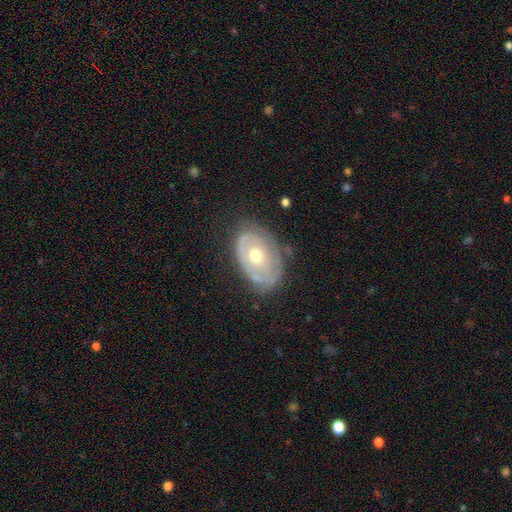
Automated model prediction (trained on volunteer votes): A featured or disk galaxy (65%) with no bar (86%), no spiral arms (56%) and a moderate central bulge (72%).

Vote fractions:
- Smooth or featured? featured or disk: 65% / smooth: 28% / star or artifact: 6%
- Edge-on disk? no: 93% / yes: 7%
- Bar? no: 86% / weak: 11% / strong: 3%
- Spiral arms? no: 56% / yes: 44%
- Bulge size? moderate: 72% / small: 22% / large: 5% / dominant: 1% / none: 1%
- Merging? none: 66% / minor disturbance: 24% / major disturbance: 8% / merger: 2%